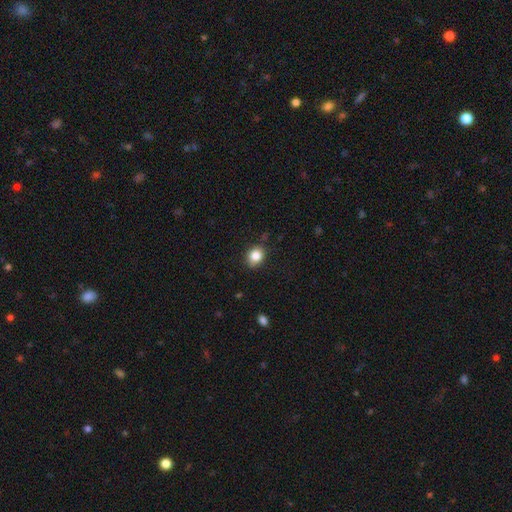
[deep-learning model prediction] This is clearly a smooth galaxy (84%). How rounded: possibly round (56%). Merging: clearly none (81%).